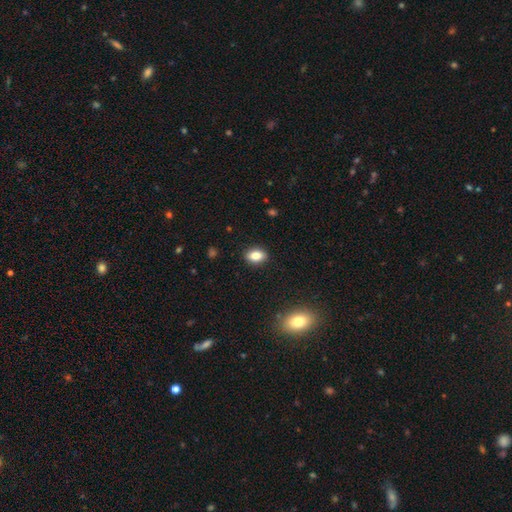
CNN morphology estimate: A smooth galaxy with no disk features (82%) that is in between round and cigar-shaped (81%).

Vote fractions:
- Smooth or featured? smooth: 82% / featured or disk: 9% / star or artifact: 9%
- How rounded? in between: 81% / round: 16% / cigar-shaped: 3%
- Merging? none: 88% / minor disturbance: 8% / major disturbance: 2% / merger: 1%